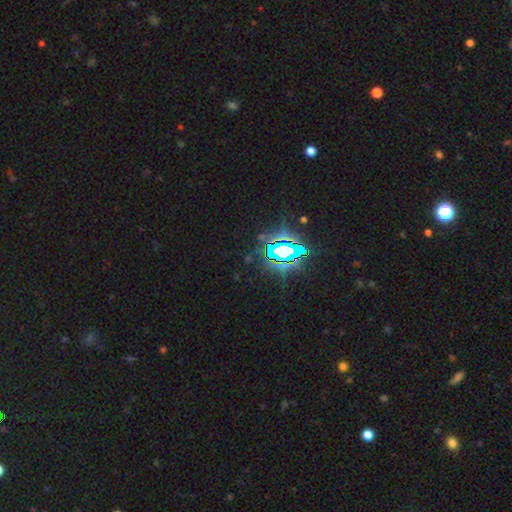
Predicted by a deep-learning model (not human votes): star or artifact 83%, smooth 11%, featured or disk 7%.